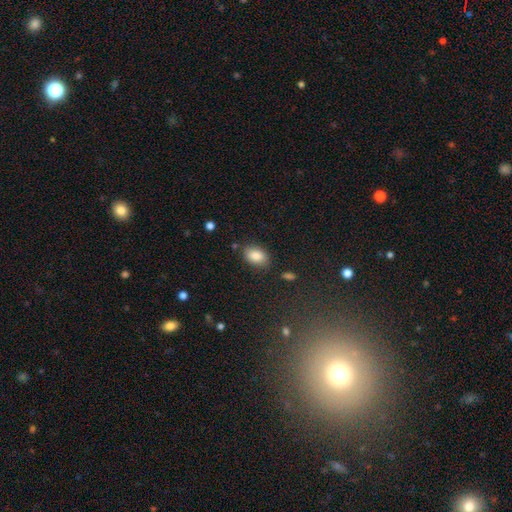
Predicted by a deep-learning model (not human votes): Smooth or featured: smooth — 86% (star or artifact — 8%)
How rounded: in between — 86% (round — 13%)
Merging: none — 79% (minor disturbance — 14%)